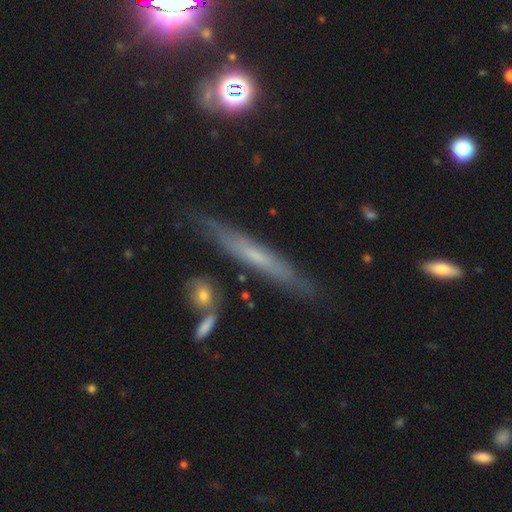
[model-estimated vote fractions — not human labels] smooth_or_featured: featured or disk (p=0.58) [alt: smooth p=0.34]
disk_edge_on: yes (p=0.84) [alt: no p=0.16]
merging: none (p=0.80) [alt: minor disturbance p=0.14]